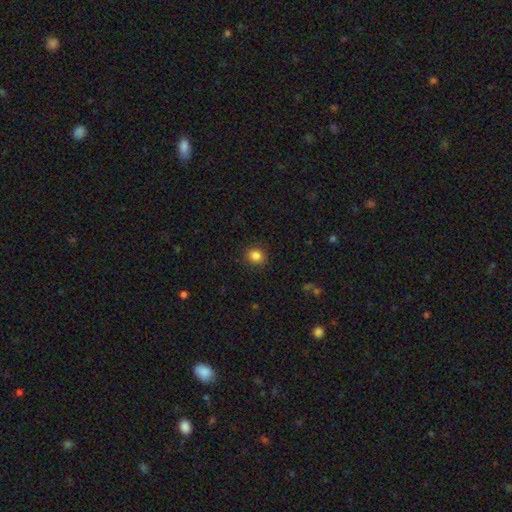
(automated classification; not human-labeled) Smooth or featured? Predicted: smooth (p=0.85). How rounded? Predicted: round (p=0.79). Merging? Predicted: none (p=0.89).